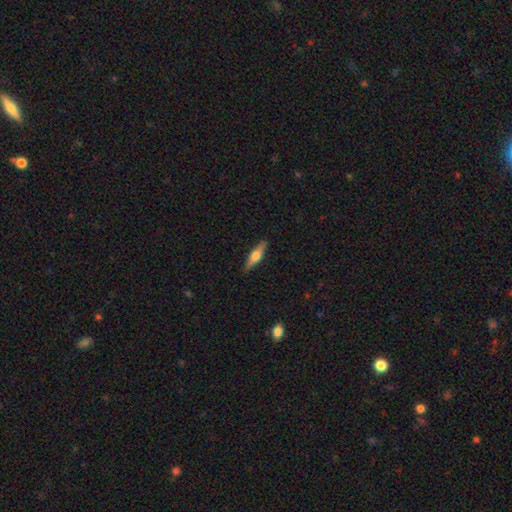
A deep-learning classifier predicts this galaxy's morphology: smooth_or_featured: smooth (p=0.54) [alt: featured or disk p=0.40]
how_rounded: cigar-shaped (p=0.69) [alt: in between p=0.29]
merging: none (p=0.88) [alt: minor disturbance p=0.09]